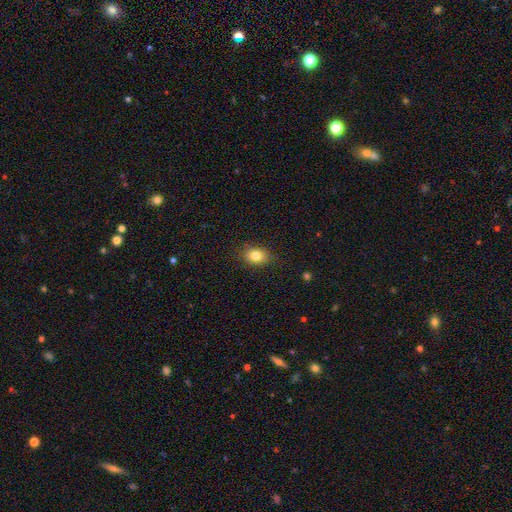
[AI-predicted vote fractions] A smooth galaxy with no disk features (82%) that is in between round and cigar-shaped (65%).

Vote fractions:
- Smooth or featured? smooth: 82% / star or artifact: 10% / featured or disk: 8%
- How rounded? in between: 65% / round: 34% / cigar-shaped: 1%
- Merging? none: 86% / minor disturbance: 10% / major disturbance: 2% / merger: 1%